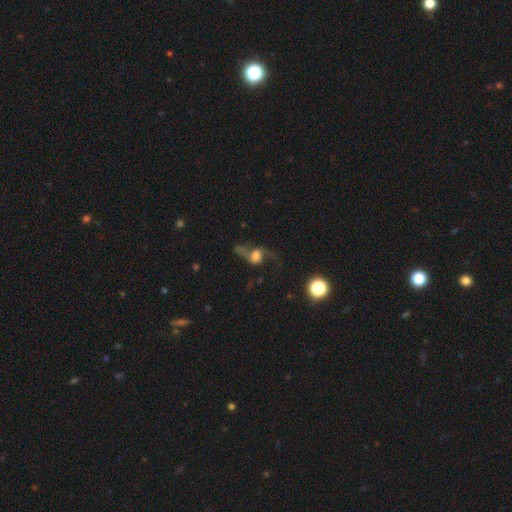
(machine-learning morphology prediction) A featured or disk galaxy (51%).

Vote fractions:
- Smooth or featured? featured or disk: 51% / smooth: 35% / star or artifact: 14%
- Edge-on disk? no: 90% / yes: 10%
- Merging? major disturbance: 39% / none: 36% / minor disturbance: 16% / merger: 9%